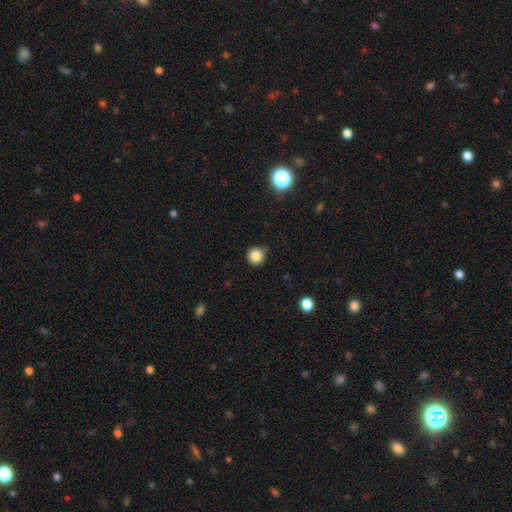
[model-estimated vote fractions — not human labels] A smooth galaxy with no disk features (83%) that is round (95%).

Vote fractions:
- Smooth or featured? smooth: 83% / star or artifact: 12% / featured or disk: 4%
- How rounded? round: 95% / in between: 4% / cigar-shaped: 1%
- Merging? none: 83% / minor disturbance: 13% / major disturbance: 3% / merger: 2%